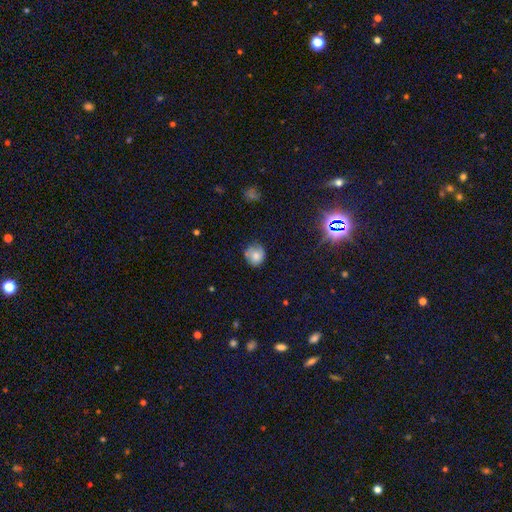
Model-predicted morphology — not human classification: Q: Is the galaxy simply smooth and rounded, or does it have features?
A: smooth — 72%.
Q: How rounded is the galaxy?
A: round — 84%.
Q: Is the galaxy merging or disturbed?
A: none — 65%.